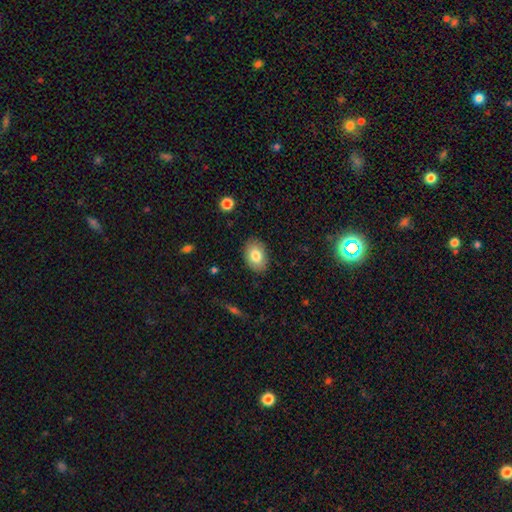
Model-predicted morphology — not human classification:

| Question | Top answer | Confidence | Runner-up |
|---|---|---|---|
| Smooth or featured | smooth | 80% | featured or disk (12%) |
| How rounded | in between | 86% | round (13%) |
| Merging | none | 86% | minor disturbance (10%) |